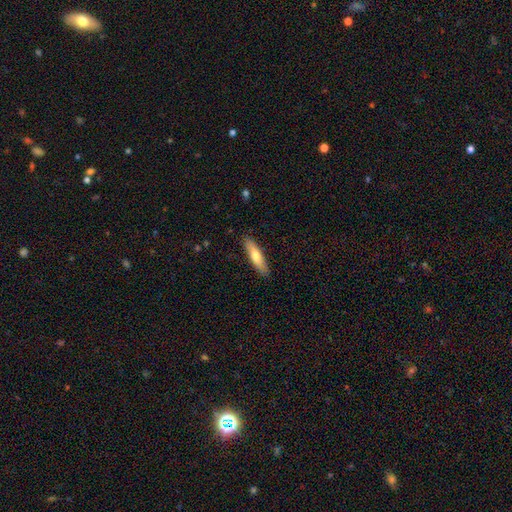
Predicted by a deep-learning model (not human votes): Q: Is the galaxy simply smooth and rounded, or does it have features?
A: smooth — 68%.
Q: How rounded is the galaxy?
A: cigar-shaped — 74%.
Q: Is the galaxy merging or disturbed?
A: none — 88%.